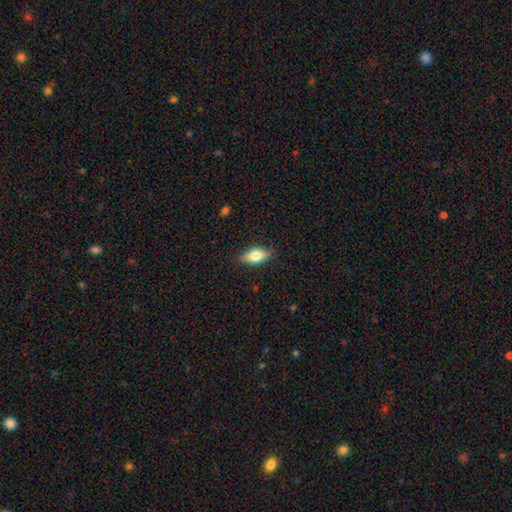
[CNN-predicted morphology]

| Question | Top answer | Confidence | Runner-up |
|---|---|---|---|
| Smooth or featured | smooth | 69% | featured or disk (24%) |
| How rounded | in between | 81% | cigar-shaped (15%) |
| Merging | none | 85% | minor disturbance (12%) |